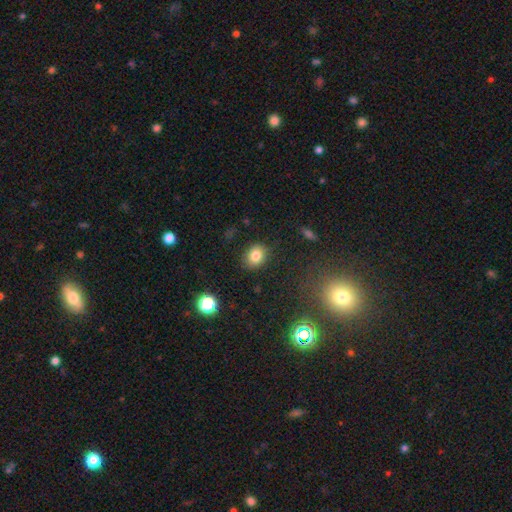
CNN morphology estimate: A smooth galaxy with no disk features (81%) that is in between round and cigar-shaped (55%). Merging: none (85%).